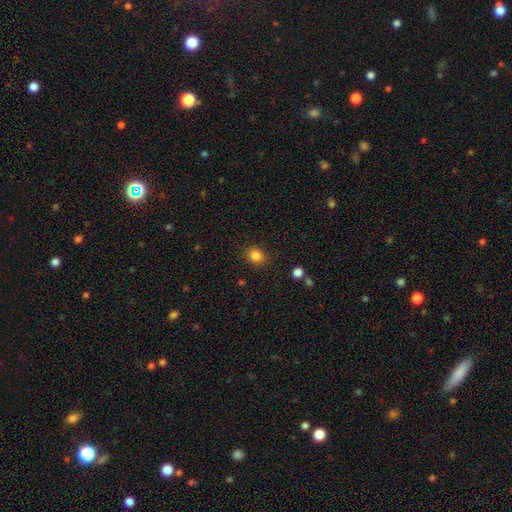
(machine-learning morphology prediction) smooth_or_featured: smooth (p=0.84) [alt: star or artifact p=0.11]
how_rounded: round (p=0.75) [alt: in between p=0.24]
merging: none (p=0.86) [alt: minor disturbance p=0.09]